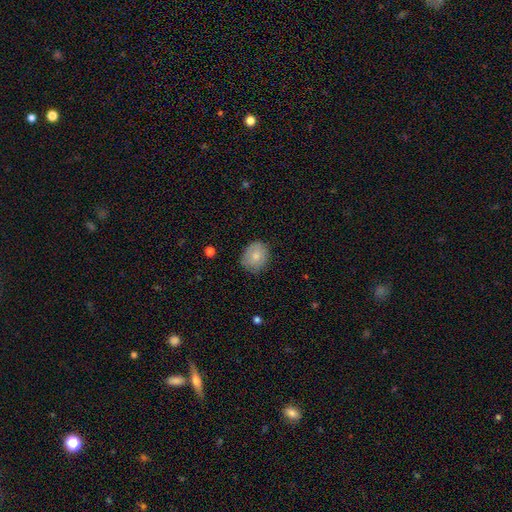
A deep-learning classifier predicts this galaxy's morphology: Smooth or featured? Predicted: smooth (p=0.79). How rounded? Predicted: round (p=0.60). Merging? Predicted: none (p=0.76).